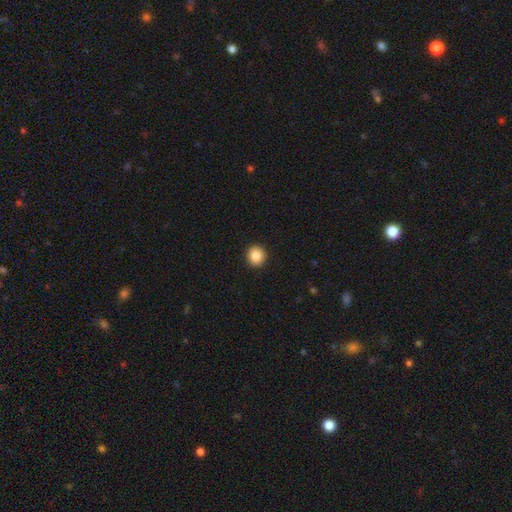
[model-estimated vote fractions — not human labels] smooth_or_featured: smooth (p=0.87) [alt: star or artifact p=0.09]
how_rounded: round (p=0.90) [alt: in between p=0.09]
merging: none (p=0.92) [alt: minor disturbance p=0.05]